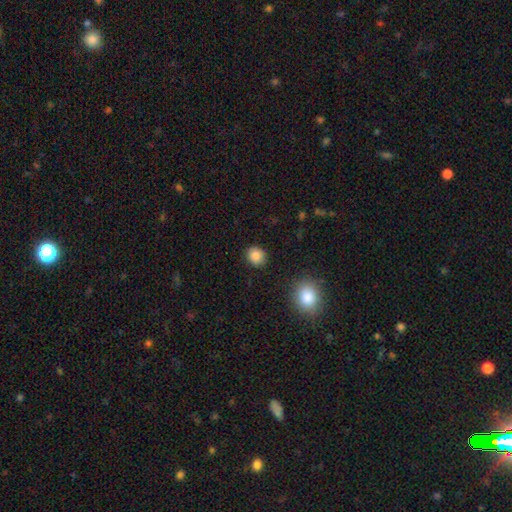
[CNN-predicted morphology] smooth-or-featured: smooth: 86% | star or artifact: 10% | featured or disk: 4%
  how-rounded: round: 80% | in between: 19% | cigar-shaped: 1%
  merging: none: 89% | minor disturbance: 7% | major disturbance: 2% | merger: 2%